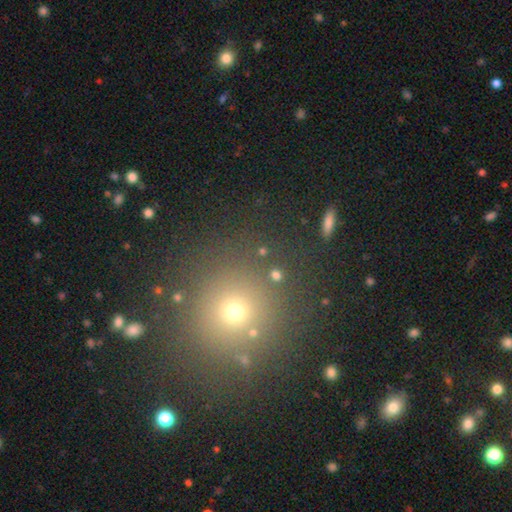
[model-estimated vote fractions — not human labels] This appears to be a smooth galaxy with no disk features (56%) that is round (92%). Merging: none (87%).